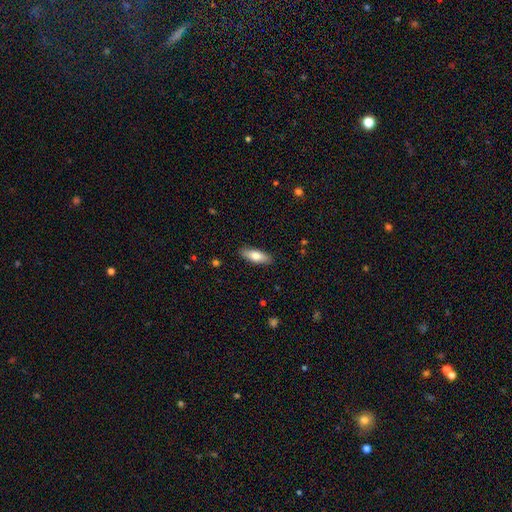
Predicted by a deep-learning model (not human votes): Q: Smooth or featured?
A: smooth (74%); runner-up: featured or disk (20%)
Q: How rounded?
A: in between (64%); runner-up: cigar-shaped (33%)
Q: Merging?
A: none (89%); runner-up: minor disturbance (9%)